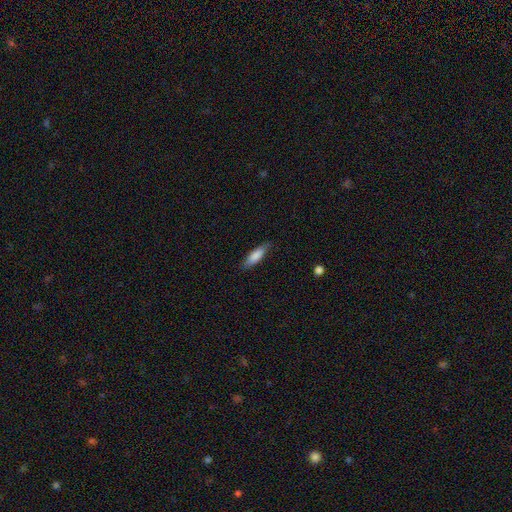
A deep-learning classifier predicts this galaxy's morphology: type=smooth (82%); roundness=cigar-shaped (53%); merging=none (80%).